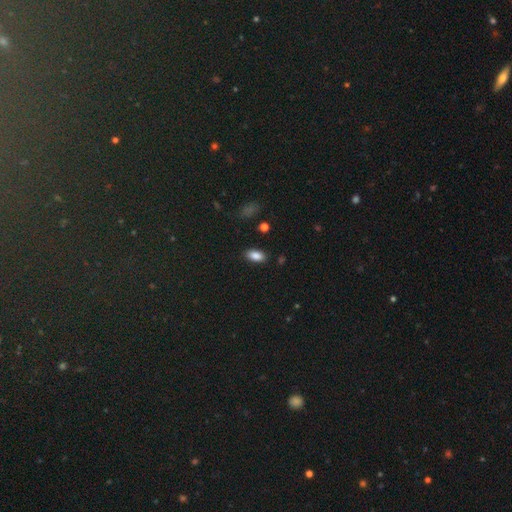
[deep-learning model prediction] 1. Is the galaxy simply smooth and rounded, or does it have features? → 87% smooth, 8% star or artifact, 5% featured or disk.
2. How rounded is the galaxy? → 91% in between, 5% cigar-shaped, 4% round.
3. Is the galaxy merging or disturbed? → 85% none, 11% minor disturbance, 3% major disturbance, 2% merger.